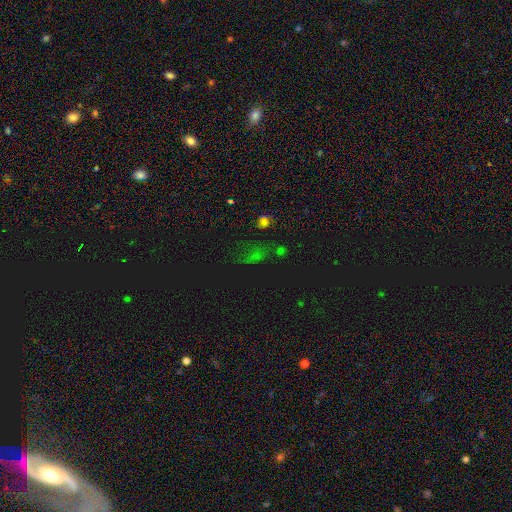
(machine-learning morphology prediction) This appears to be a star or artifact, not a galaxy (53%).